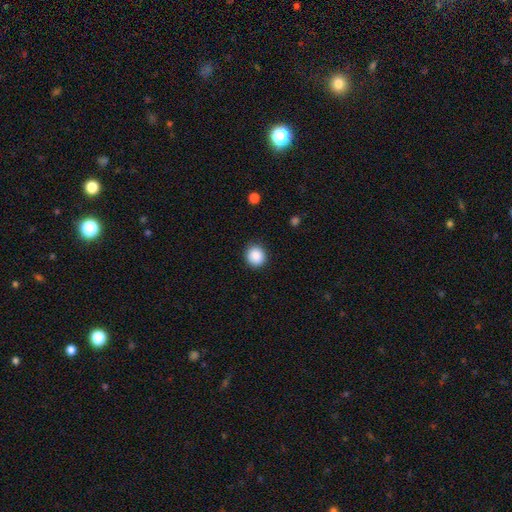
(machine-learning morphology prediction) Smooth or featured?
  - smooth: 88% *
  - star or artifact: 9%
  - featured or disk: 3%
How rounded?
  - round: 86% *
  - in between: 13%
  - cigar-shaped: 1%
Merging?
  - none: 89% *
  - minor disturbance: 7%
  - major disturbance: 2%
  - merger: 1%